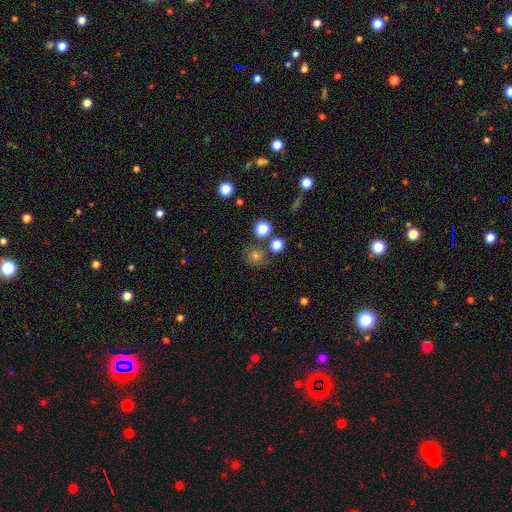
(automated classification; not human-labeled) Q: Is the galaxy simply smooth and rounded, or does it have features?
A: smooth — 64%.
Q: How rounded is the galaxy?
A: round — 84%.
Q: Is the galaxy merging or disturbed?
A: none — 72%.